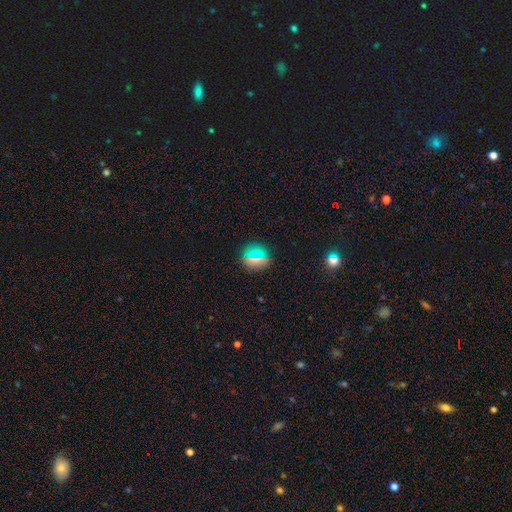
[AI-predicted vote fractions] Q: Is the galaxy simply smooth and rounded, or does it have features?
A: smooth — 70%.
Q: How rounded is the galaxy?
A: round — 87%.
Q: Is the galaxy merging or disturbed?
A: none — 88%.